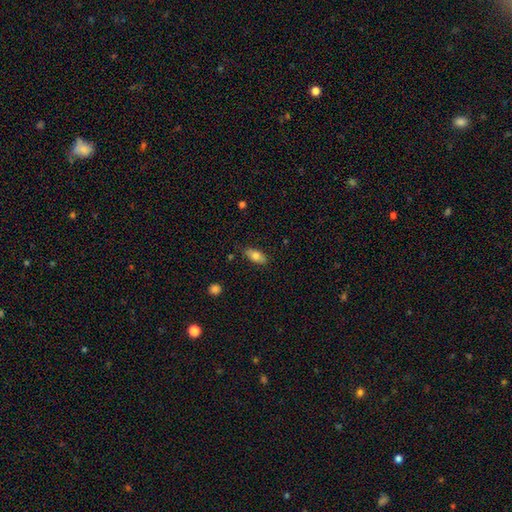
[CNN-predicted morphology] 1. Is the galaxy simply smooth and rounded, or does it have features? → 76% smooth, 17% featured or disk, 7% star or artifact.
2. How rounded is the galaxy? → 84% in between, 13% cigar-shaped, 3% round.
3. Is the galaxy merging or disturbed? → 83% none, 13% minor disturbance, 2% major disturbance, 2% merger.